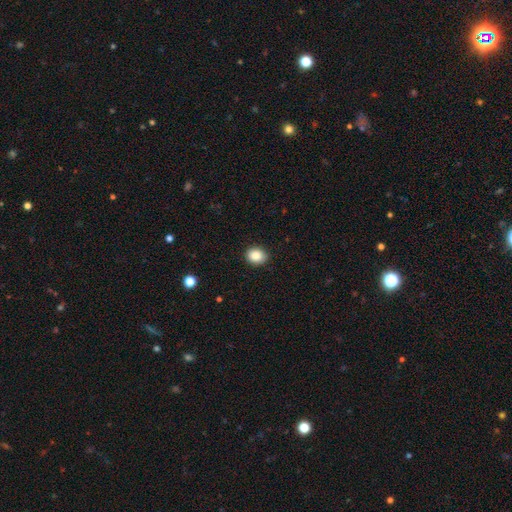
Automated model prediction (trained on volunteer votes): This appears to be a smooth galaxy with no disk features (87%) that is round (58%). Merging: none (89%).